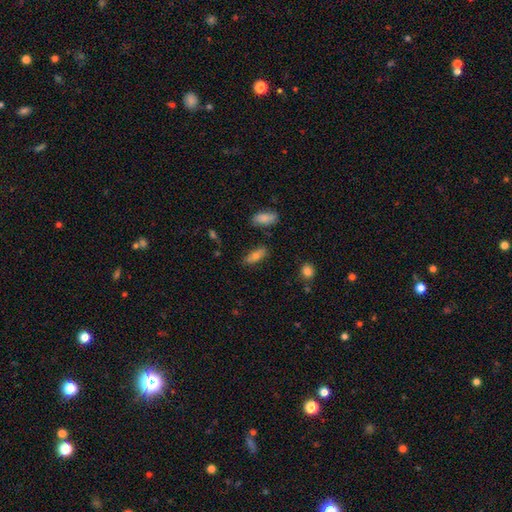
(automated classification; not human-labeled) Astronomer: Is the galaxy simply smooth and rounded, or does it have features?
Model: smooth — 68%.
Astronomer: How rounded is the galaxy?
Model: in between — 79%.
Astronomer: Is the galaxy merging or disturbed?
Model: none — 78%.